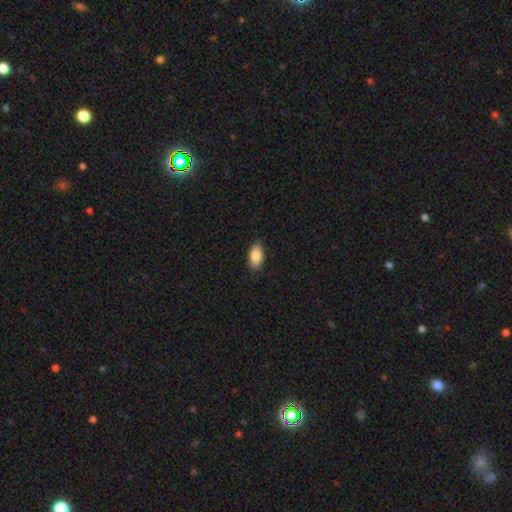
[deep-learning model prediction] This appears to be a smooth galaxy with no disk features (87%) that is in between round and cigar-shaped (92%). Merging: none (88%).